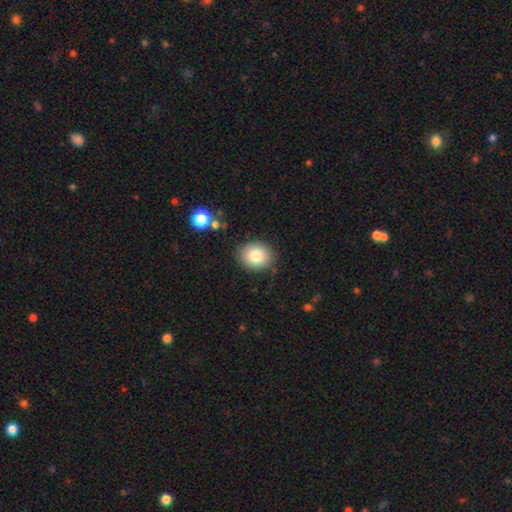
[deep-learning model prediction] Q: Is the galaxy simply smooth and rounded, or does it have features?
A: smooth — 82%.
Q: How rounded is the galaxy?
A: round — 68%.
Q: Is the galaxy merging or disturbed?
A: none — 85%.